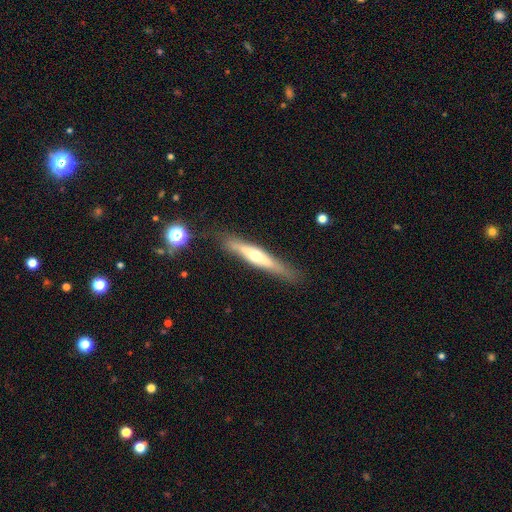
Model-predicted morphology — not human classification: smooth_or_featured: featured or disk (p=0.59) [alt: smooth p=0.35]
disk_edge_on: yes (p=0.89) [alt: no p=0.11]
edge_on_bulge: rounded (p=0.84) [alt: none p=0.11]
merging: none (p=0.80) [alt: minor disturbance p=0.14]